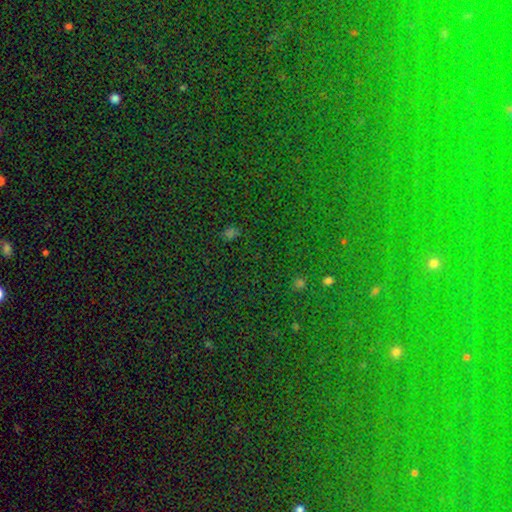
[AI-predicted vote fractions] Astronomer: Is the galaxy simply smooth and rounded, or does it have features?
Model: star or artifact — 73%.